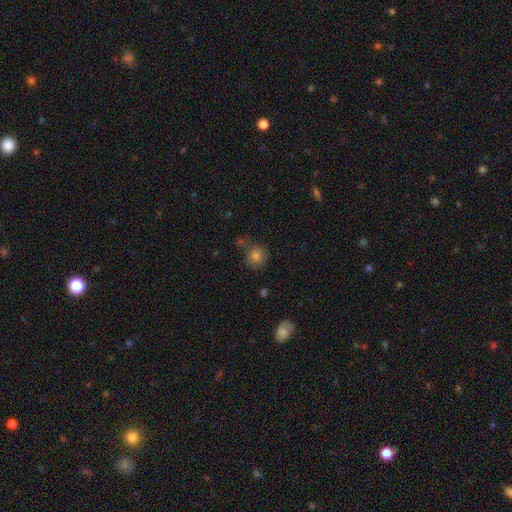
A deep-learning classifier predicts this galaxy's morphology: Smooth or featured: smooth — 79% (star or artifact — 13%)
How rounded: round — 85% (in between — 14%)
Merging: none — 67% (merger — 14%)